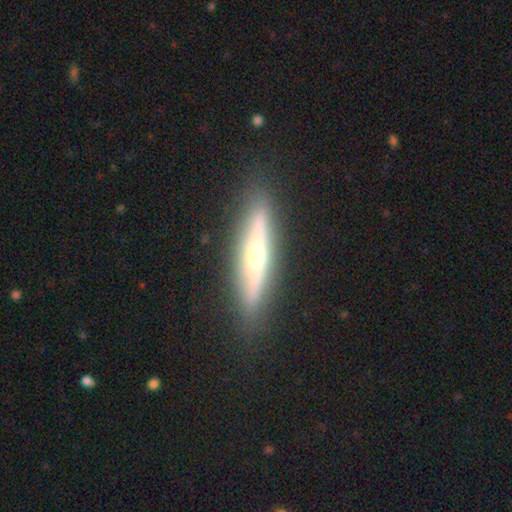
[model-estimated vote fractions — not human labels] smooth_or_featured: featured or disk (p=0.63) [alt: smooth p=0.31]
disk_edge_on: yes (p=0.90) [alt: no p=0.10]
edge_on_bulge: rounded (p=0.86) [alt: none p=0.09]
merging: none (p=0.88) [alt: minor disturbance p=0.09]